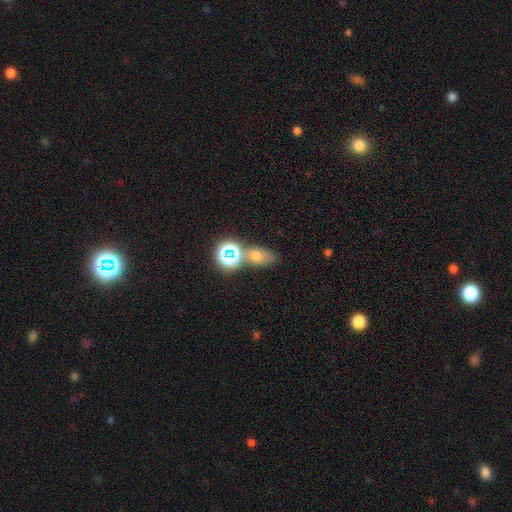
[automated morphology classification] type=smooth (44%); merging=none (63%).